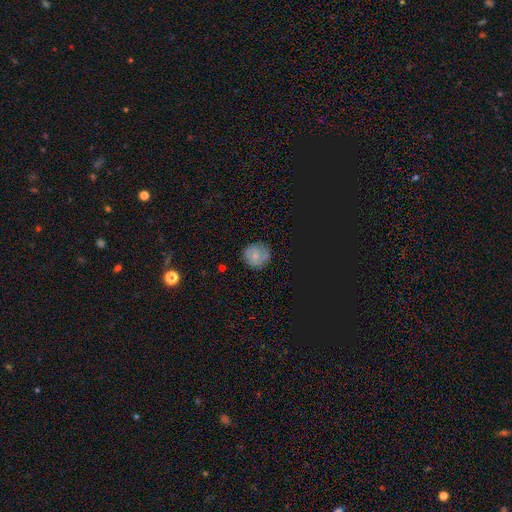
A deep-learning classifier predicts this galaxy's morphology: This is possibly a smooth galaxy (55%). How rounded: clearly round (88%). Merging: clearly none (81%).